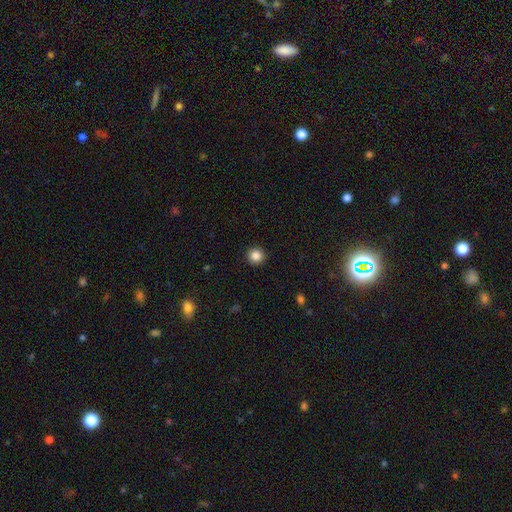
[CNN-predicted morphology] Smooth or featured?
  - smooth: 85% *
  - star or artifact: 11%
  - featured or disk: 4%
How rounded?
  - round: 95% *
  - in between: 4%
  - cigar-shaped: 1%
Merging?
  - none: 93% *
  - minor disturbance: 4%
  - major disturbance: 2%
  - merger: 1%